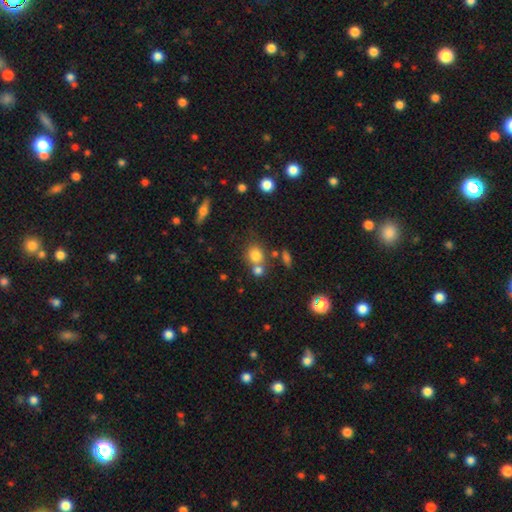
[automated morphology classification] smooth 77%, star or artifact 13%, featured or disk 10%. Down the decision tree: how rounded — round (77%); merging — none (51%).